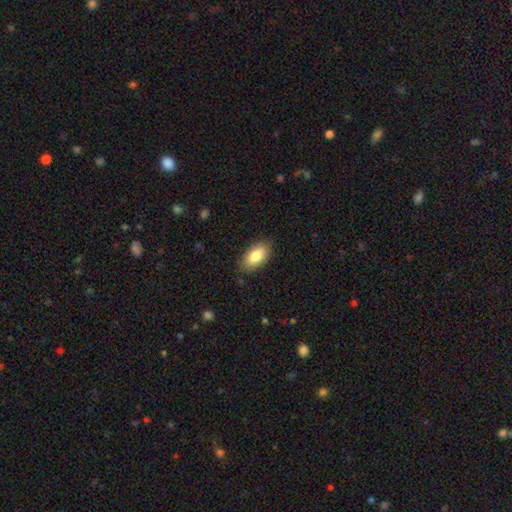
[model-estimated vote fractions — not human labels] Morphology: type=smooth (83%); roundness=in between (93%); merging=none (84%).